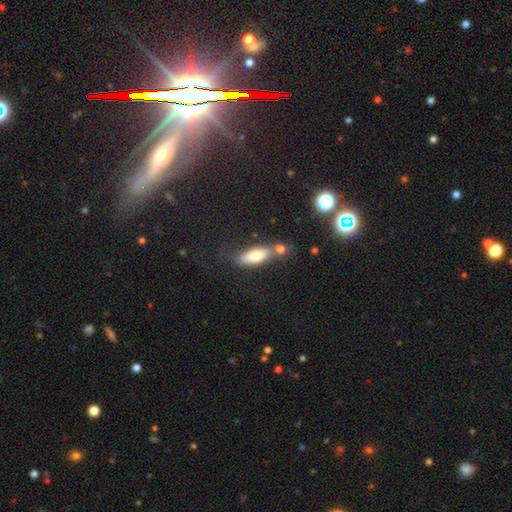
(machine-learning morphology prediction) Smooth or featured? Predicted: smooth (p=0.75). How rounded? Predicted: in between (p=0.64). Merging? Predicted: none (p=0.51).